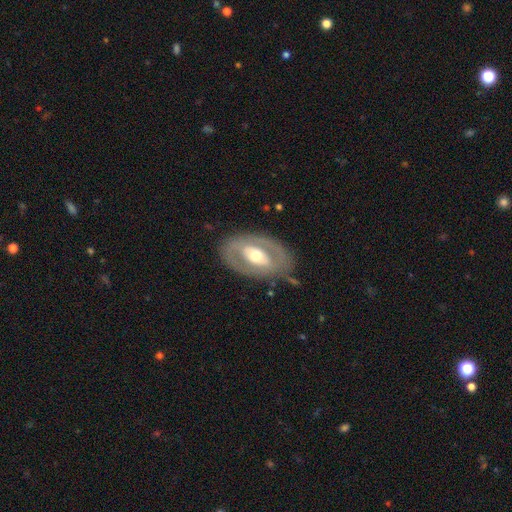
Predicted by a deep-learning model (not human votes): The model was most divided on "bar": no: 51%, weak: 27%, strong: 23%. More confident: edge-on disk — no (92%); merging — none (72%); spiral arms — no (71%); smooth or featured — featured or disk (66%); bulge size — moderate (66%).